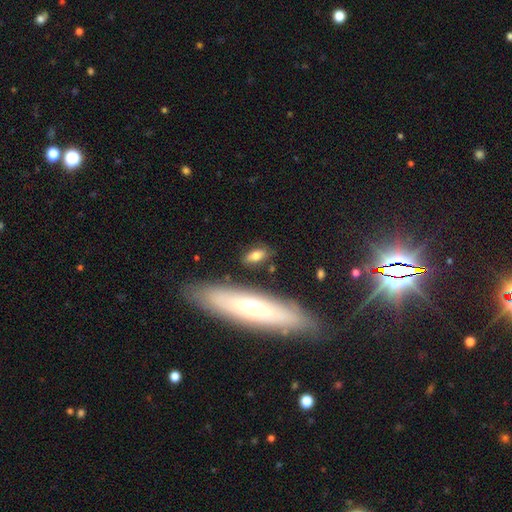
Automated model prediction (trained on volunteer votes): This appears to be a smooth galaxy with no disk features (71%) that is in between round and cigar-shaped (71%). Merging: none (79%).